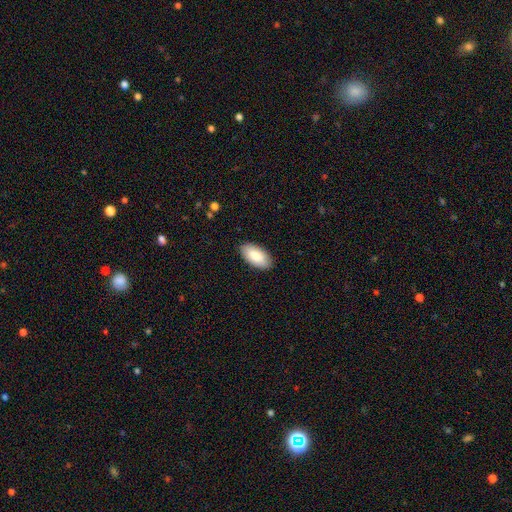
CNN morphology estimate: A smooth galaxy with no disk features (82%) that is in between round and cigar-shaped (95%).

Vote fractions:
- Smooth or featured? smooth: 82% / featured or disk: 13% / star or artifact: 6%
- How rounded? in between: 95% / cigar-shaped: 3% / round: 2%
- Merging? none: 89% / minor disturbance: 9% / major disturbance: 2% / merger: 1%